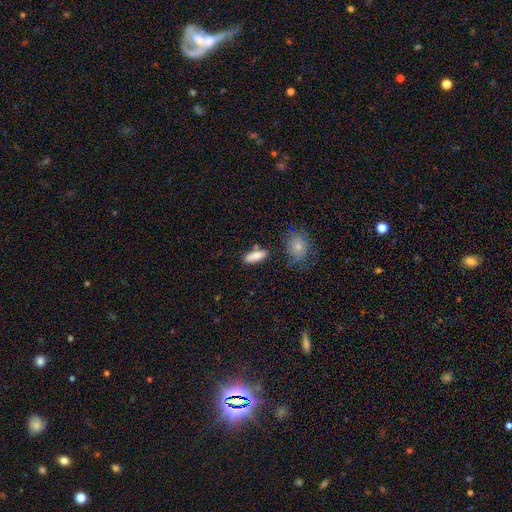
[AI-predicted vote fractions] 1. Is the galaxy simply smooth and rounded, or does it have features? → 83% smooth, 10% featured or disk, 7% star or artifact.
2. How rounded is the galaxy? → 66% in between, 31% cigar-shaped, 3% round.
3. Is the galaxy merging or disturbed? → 74% none, 15% minor disturbance, 8% merger, 4% major disturbance.